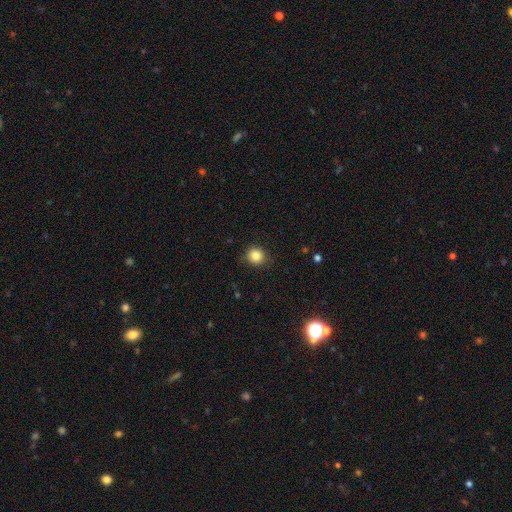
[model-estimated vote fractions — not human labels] A smooth galaxy with no disk features (84%) that is round (86%).

Vote fractions:
- Smooth or featured? smooth: 84% / star or artifact: 11% / featured or disk: 5%
- How rounded? round: 86% / in between: 13% / cigar-shaped: 1%
- Merging? none: 84% / minor disturbance: 12% / major disturbance: 3% / merger: 1%